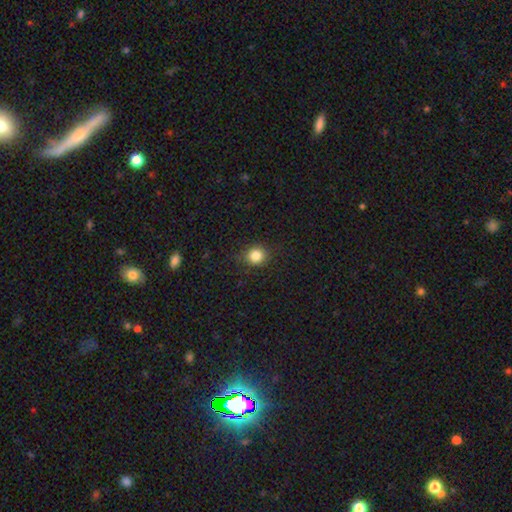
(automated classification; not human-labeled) Smooth or featured: smooth — 84% (star or artifact — 12%)
How rounded: round — 86% (in between — 13%)
Merging: none — 86% (minor disturbance — 10%)